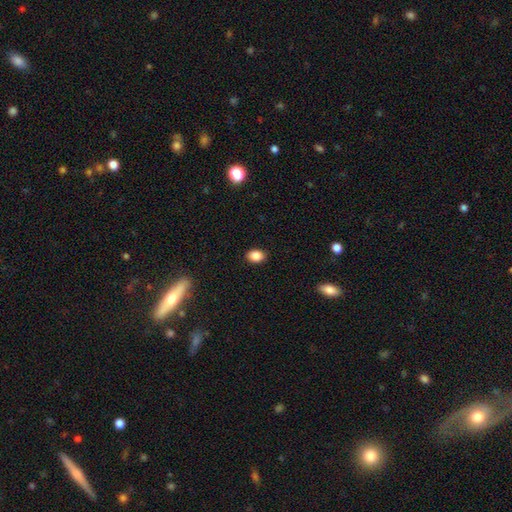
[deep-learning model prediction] smooth_or_featured: smooth (p=0.87) [alt: star or artifact p=0.09]
how_rounded: in between (p=0.75) [alt: round p=0.24]
merging: none (p=0.88) [alt: minor disturbance p=0.09]